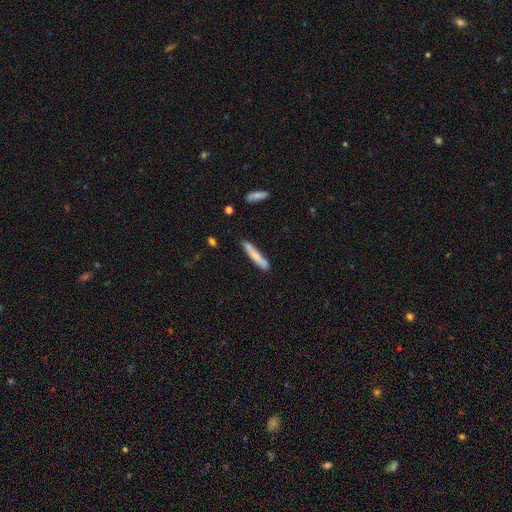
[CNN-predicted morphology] Q: Smooth or featured?
A: smooth (72%); runner-up: featured or disk (22%)
Q: How rounded?
A: cigar-shaped (93%); runner-up: in between (6%)
Q: Merging?
A: none (82%); runner-up: minor disturbance (13%)